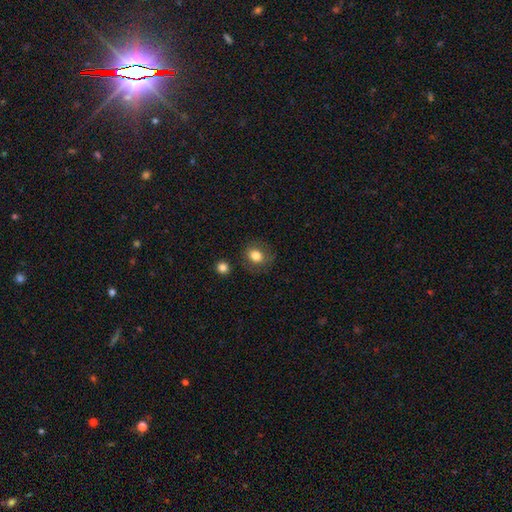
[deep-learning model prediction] Smooth or featured: smooth — 81% (featured or disk — 10%)
How rounded: round — 67% (in between — 32%)
Merging: none — 80% (minor disturbance — 13%)